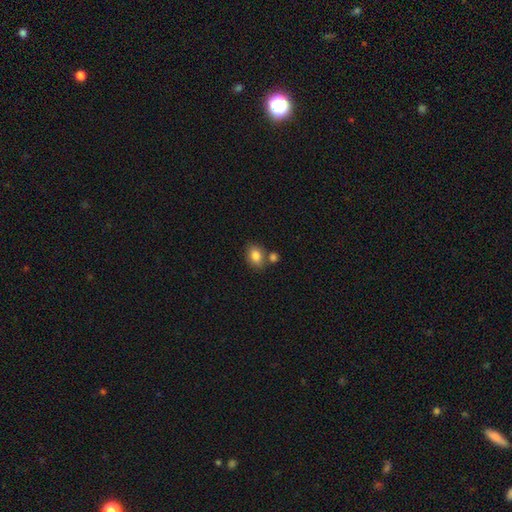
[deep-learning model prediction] Overall: smooth (84%). How rounded: in between (69%; round 30%). Merging: none (63%).